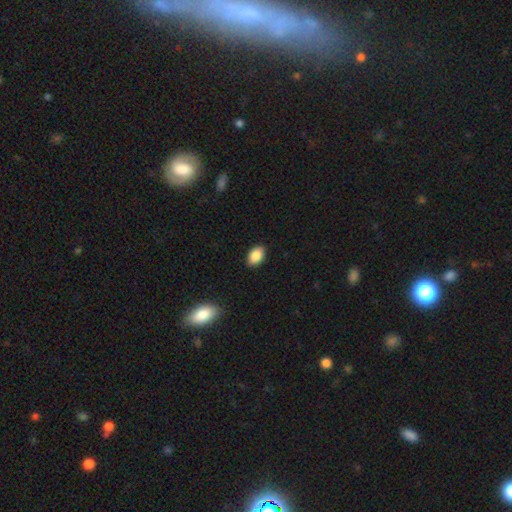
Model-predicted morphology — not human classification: Smooth or featured?
  - smooth: 88% *
  - star or artifact: 7%
  - featured or disk: 4%
How rounded?
  - in between: 90% *
  - round: 9%
  - cigar-shaped: 1%
Merging?
  - none: 89% *
  - minor disturbance: 8%
  - major disturbance: 2%
  - merger: 1%